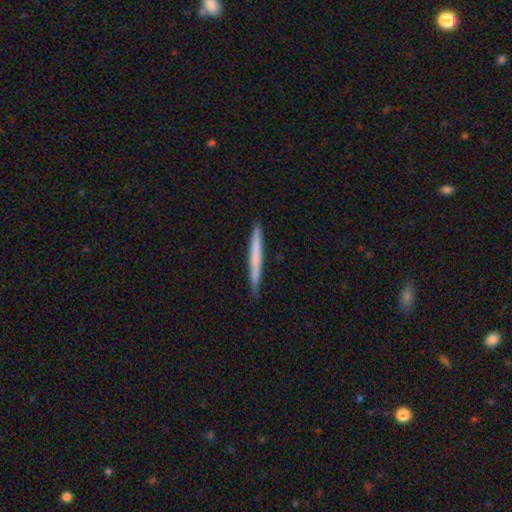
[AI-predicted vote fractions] smooth 59%, featured or disk 36%, star or artifact 5%. Down the decision tree: how rounded — cigar-shaped (97%); merging — none (89%).